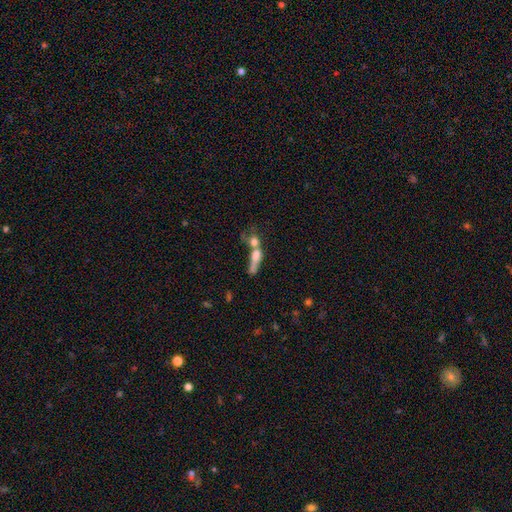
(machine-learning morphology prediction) The model was most divided on "how rounded": cigar-shaped: 41%, in between: 36%, round: 23%. More confident: smooth or featured — smooth (54%); merging — merger (53%).